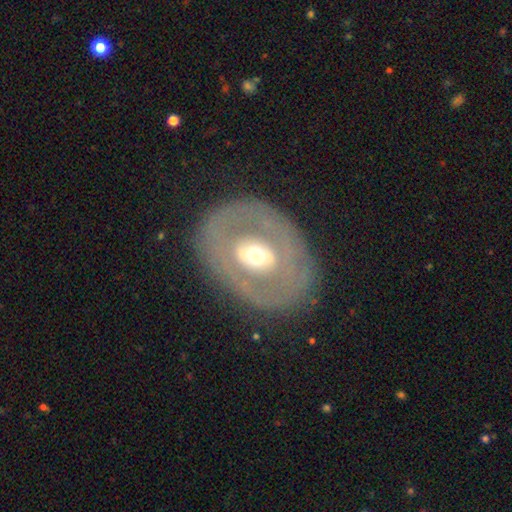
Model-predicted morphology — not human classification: The model was most divided on "smooth or featured": featured or disk: 64%, smooth: 30%, star or artifact: 6%. More confident: edge-on disk — no (92%); merging — none (81%); spiral arms — no (80%); bulge size — moderate (66%); bar — no (60%).